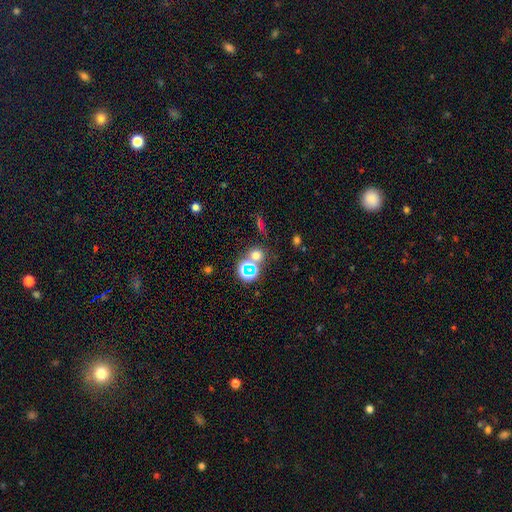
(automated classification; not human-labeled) This appears to be a smooth galaxy with no disk features (53%) that is round (83%). Merging: none (63%).